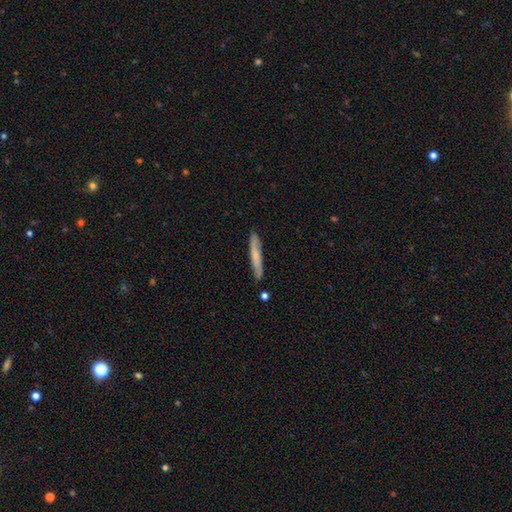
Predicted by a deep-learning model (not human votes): This appears to be a smooth galaxy with no disk features (62%) that is cigar-shaped (95%). Merging: none (85%).